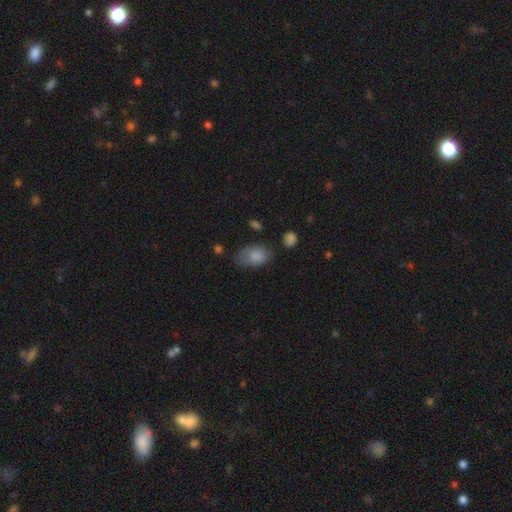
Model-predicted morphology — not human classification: type=smooth (84%); roundness=in between (89%); merging=none (56%).